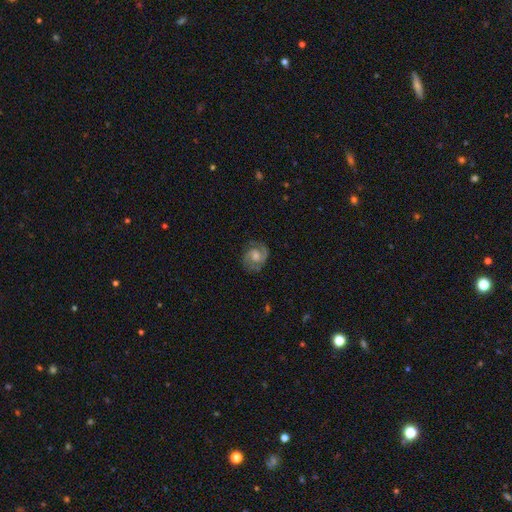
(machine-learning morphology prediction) A featured or disk galaxy (83%) with no bar (51%), 2 (86%) tight (46%) spiral arms (97%) and a moderate central bulge (52%).

Vote fractions:
- Smooth or featured? featured or disk: 83% / smooth: 10% / star or artifact: 7%
- Edge-on disk? no: 98% / yes: 2%
- Bar? no: 51% / weak: 41% / strong: 8%
- Spiral arms? yes: 97% / no: 3%
- Spiral winding? tight: 46% / medium: 45% / loose: 9%
- Spiral arm count? 2: 86% / can't tell: 5% / 3: 4% / 1: 2% / 4: 1% / more than 4: 1%
- Bulge size? moderate: 52% / small: 25% / large: 12% / none: 9% / dominant: 2%
- Merging? none: 81% / minor disturbance: 13% / major disturbance: 4% / merger: 1%